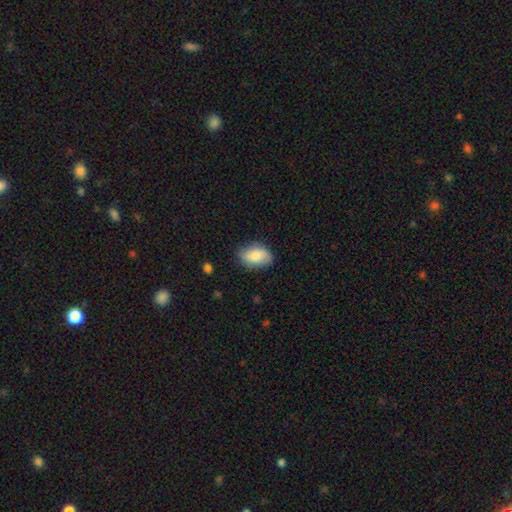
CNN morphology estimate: Smooth or featured?
  - smooth: 81% *
  - featured or disk: 12%
  - star or artifact: 7%
How rounded?
  - in between: 85% *
  - round: 13%
  - cigar-shaped: 2%
Merging?
  - none: 78% *
  - minor disturbance: 17%
  - major disturbance: 4%
  - merger: 1%